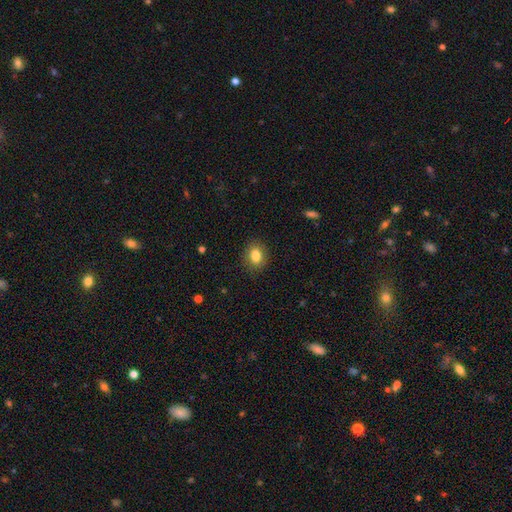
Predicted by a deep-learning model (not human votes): This is clearly a smooth galaxy (83%). How rounded: possibly in between (58%). Merging: clearly none (88%).